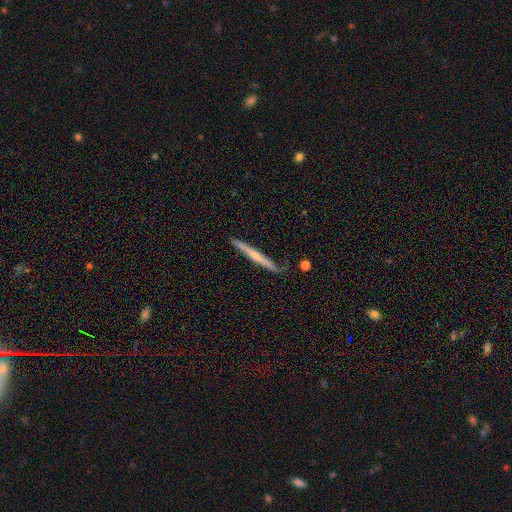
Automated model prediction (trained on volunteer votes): Smooth or featured? featured or disk (50%)
Edge-on disk? yes (96%)
Merging? none (81%)